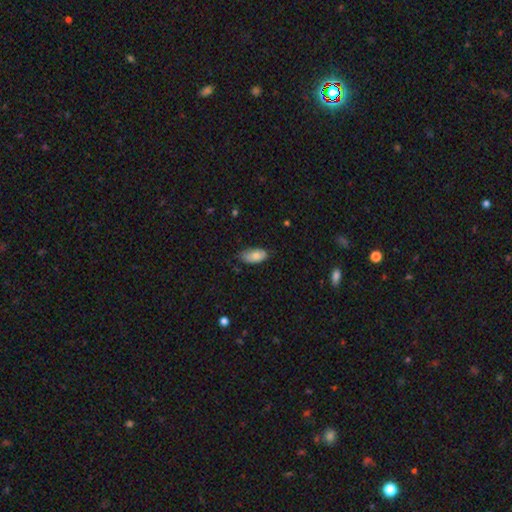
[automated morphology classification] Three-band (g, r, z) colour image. It shows a smooth galaxy with no disk features (80%) that is in between round and cigar-shaped (93%). Merging: none (65%).